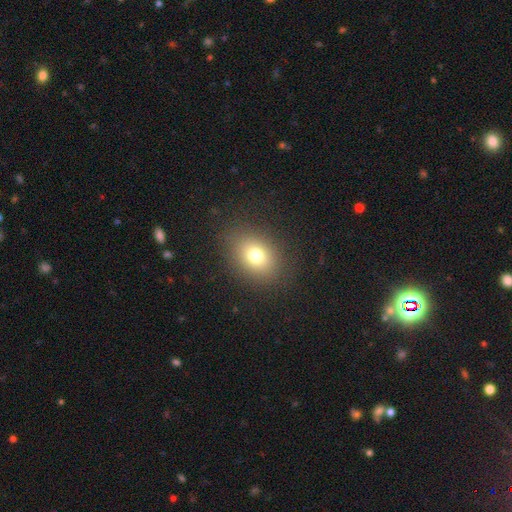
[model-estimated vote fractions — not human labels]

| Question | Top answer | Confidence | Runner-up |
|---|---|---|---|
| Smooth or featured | smooth | 75% | star or artifact (14%) |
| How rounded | in between | 57% | round (42%) |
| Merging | none | 86% | minor disturbance (9%) |